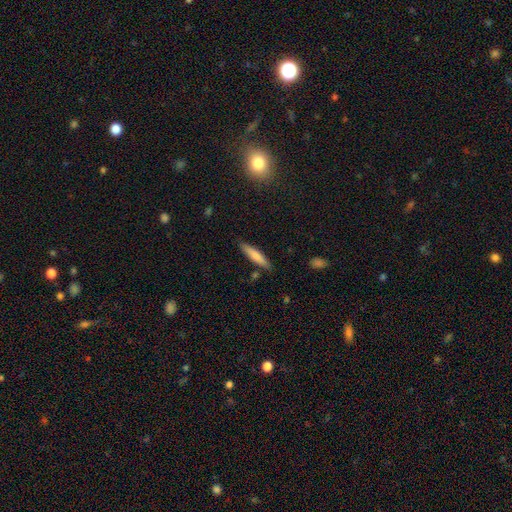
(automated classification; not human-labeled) This appears to be a smooth galaxy with no disk features (74%) that is cigar-shaped (86%). Merging: none (84%).